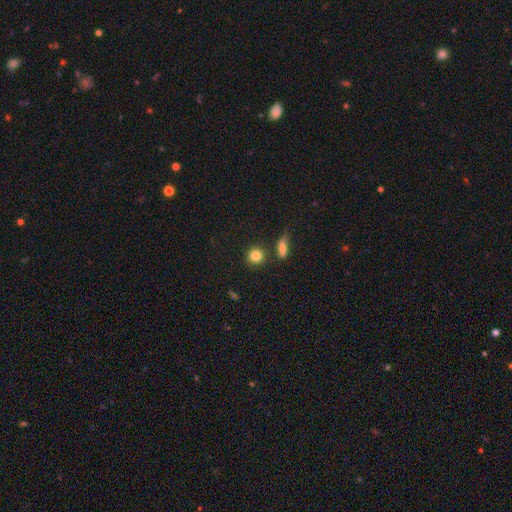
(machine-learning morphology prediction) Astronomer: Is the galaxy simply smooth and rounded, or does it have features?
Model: smooth — 84%.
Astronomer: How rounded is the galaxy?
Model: round — 86%.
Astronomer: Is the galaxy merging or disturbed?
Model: none — 81%.